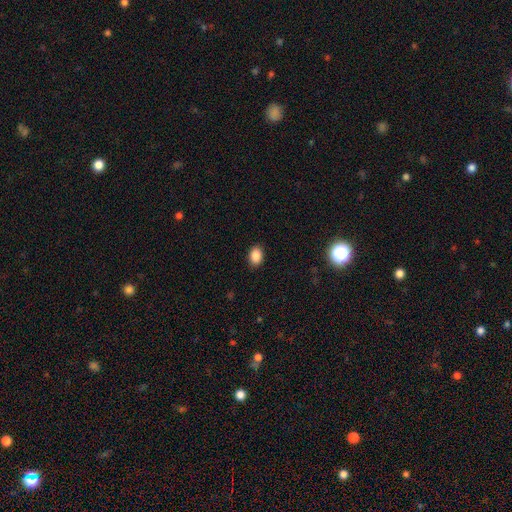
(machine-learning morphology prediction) smooth_or_featured: smooth (p=0.88) [alt: star or artifact p=0.09]
how_rounded: in between (p=0.81) [alt: round p=0.18]
merging: none (p=0.89) [alt: minor disturbance p=0.08]